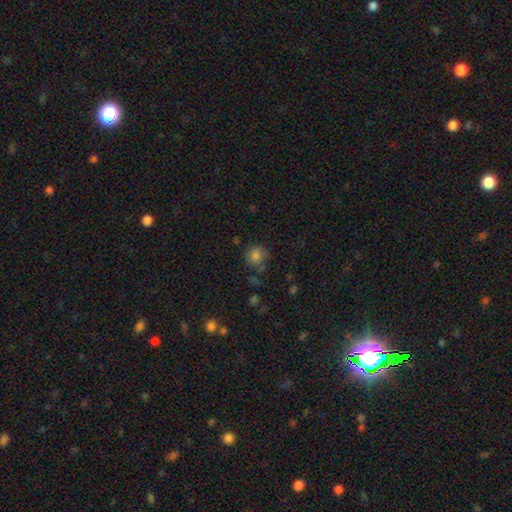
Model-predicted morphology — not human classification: The model was most divided on "merging": none: 70%, minor disturbance: 17%, merger: 8%, major disturbance: 5%. More confident: how rounded — round (86%); smooth or featured — smooth (81%).